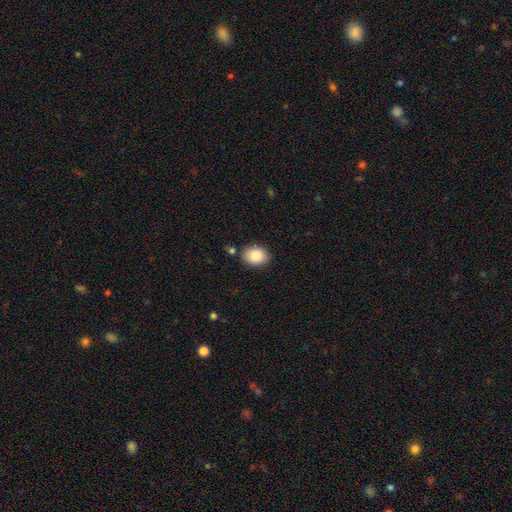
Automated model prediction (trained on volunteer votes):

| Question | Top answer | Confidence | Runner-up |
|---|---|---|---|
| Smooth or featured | smooth | 88% | star or artifact (7%) |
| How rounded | in between | 61% | round (38%) |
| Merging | none | 83% | minor disturbance (11%) |